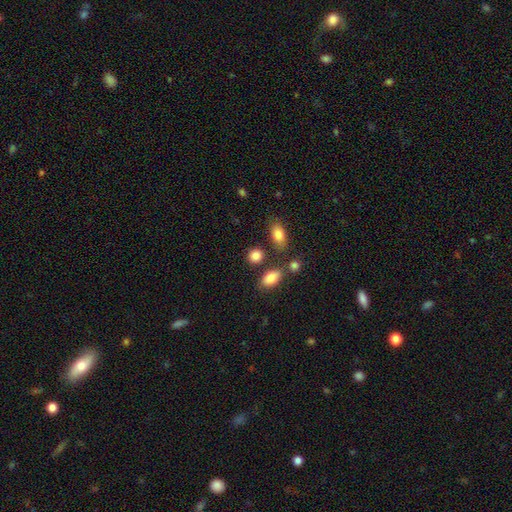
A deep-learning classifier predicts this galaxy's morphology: Smooth or featured? smooth (86%)
How rounded? round (56%)
Merging? none (75%)